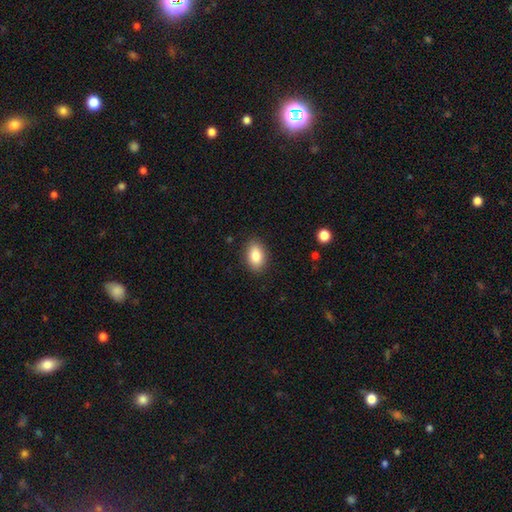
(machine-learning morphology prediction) Smooth or featured? Predicted: smooth (p=0.85). How rounded? Predicted: in between (p=0.88). Merging? Predicted: none (p=0.88).